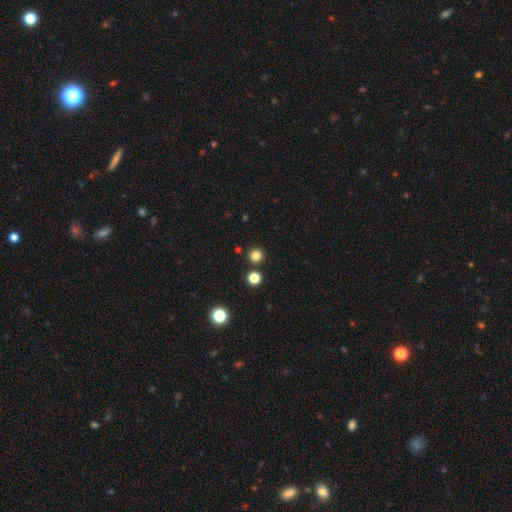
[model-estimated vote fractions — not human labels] Smooth or featured: smooth — 82% (star or artifact — 14%)
How rounded: round — 94% (in between — 5%)
Merging: none — 88% (merger — 5%)